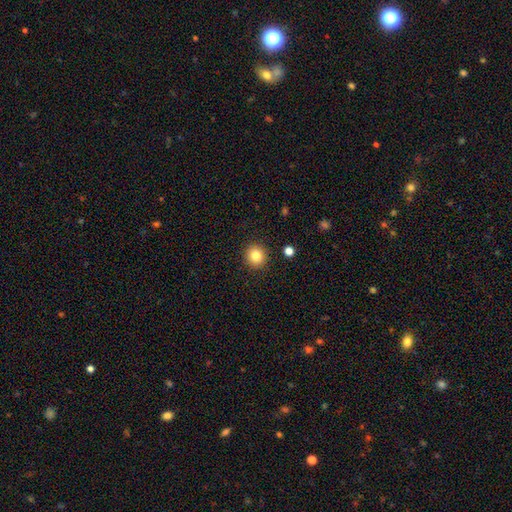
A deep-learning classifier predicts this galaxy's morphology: A smooth galaxy with no disk features (83%) that is round (90%).

Vote fractions:
- Smooth or featured? smooth: 83% / star or artifact: 11% / featured or disk: 6%
- How rounded? round: 90% / in between: 9% / cigar-shaped: 1%
- Merging? none: 91% / minor disturbance: 6% / major disturbance: 2% / merger: 1%